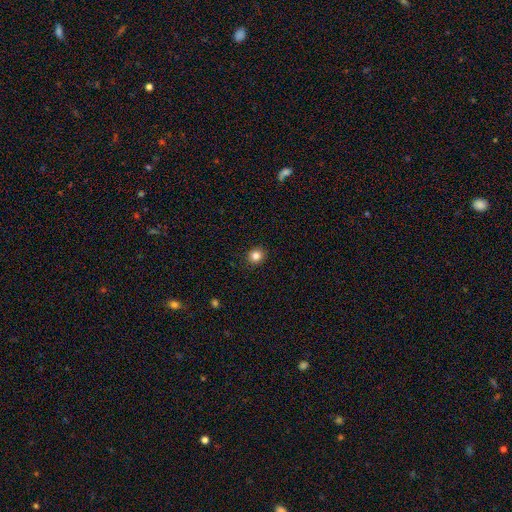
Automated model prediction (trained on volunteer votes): smooth-or-featured: smooth: 84% | star or artifact: 12% | featured or disk: 5%
  how-rounded: round: 85% | in between: 14% | cigar-shaped: 1%
  merging: none: 92% | minor disturbance: 6% | major disturbance: 2% | merger: 1%